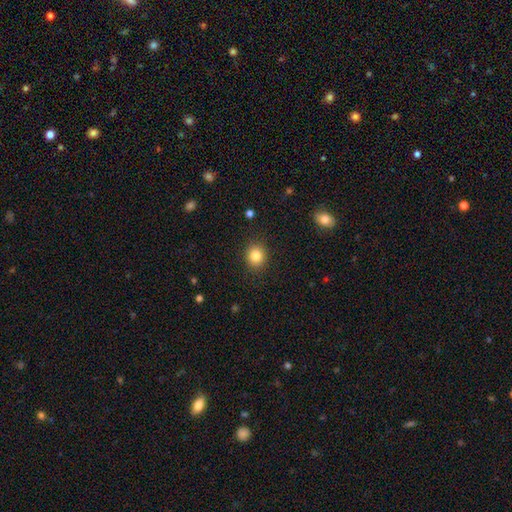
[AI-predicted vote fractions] A smooth galaxy with no disk features (83%) that is round (78%).

Vote fractions:
- Smooth or featured? smooth: 83% / star or artifact: 11% / featured or disk: 7%
- How rounded? round: 78% / in between: 21% / cigar-shaped: 1%
- Merging? none: 90% / minor disturbance: 7% / major disturbance: 2% / merger: 1%